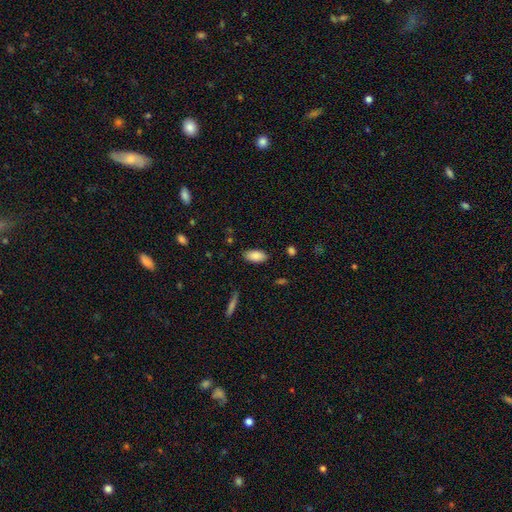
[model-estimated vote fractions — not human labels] Smooth or featured?
  - smooth: 86% *
  - star or artifact: 7%
  - featured or disk: 7%
How rounded?
  - in between: 92% *
  - cigar-shaped: 6%
  - round: 2%
Merging?
  - none: 85% *
  - minor disturbance: 11%
  - major disturbance: 3%
  - merger: 1%